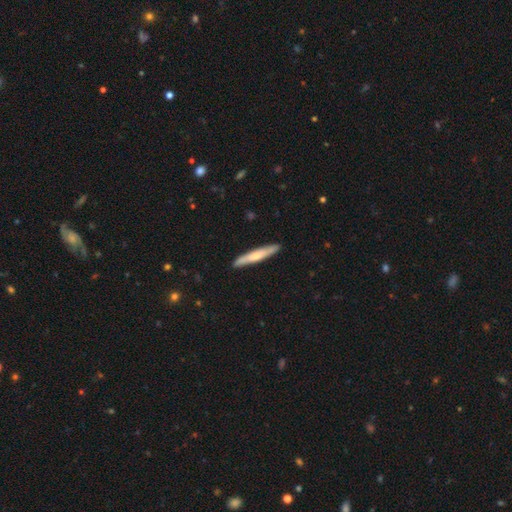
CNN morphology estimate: smooth-or-featured: smooth: 57% | featured or disk: 38% | star or artifact: 5%
  how-rounded: cigar-shaped: 94% | in between: 5% | round: 1%
  merging: none: 89% | minor disturbance: 8% | major disturbance: 1% | merger: 1%